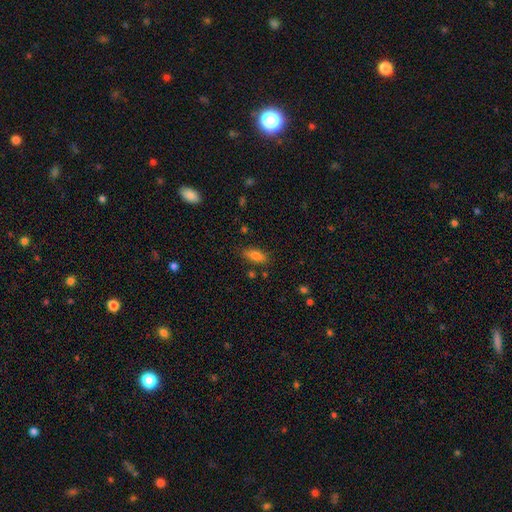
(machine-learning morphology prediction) A smooth galaxy with no disk features (75%) that is in between round and cigar-shaped (74%). Merging: none (81%).